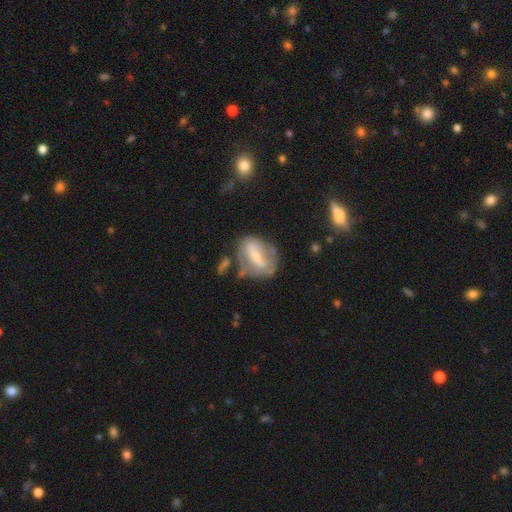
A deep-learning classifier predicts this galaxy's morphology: This is likely a featured or disk galaxy (63%). It is clearly not viewed edge-on (92%). Bar: marginally strong (45%). Spiral arm pattern: possibly yes (51%). Central bulge: possibly small (54%). Merging: possibly none (52%).